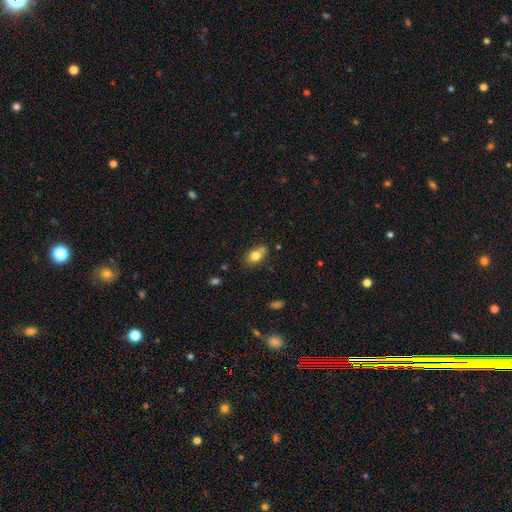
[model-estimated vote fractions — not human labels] Morphology: type=smooth (76%); roundness=in between (85%); merging=none (67%).